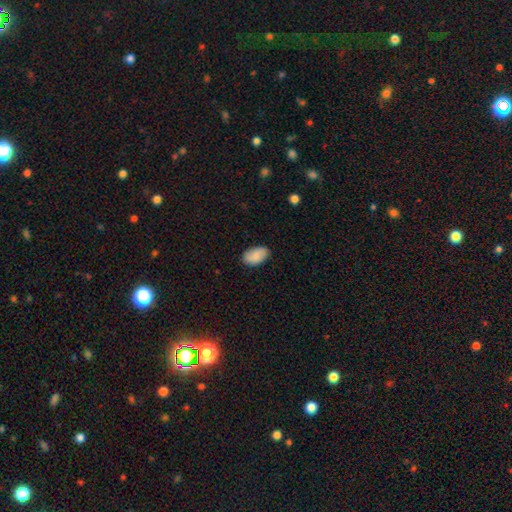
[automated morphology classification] smooth 86%, featured or disk 8%, star or artifact 6%. Down the decision tree: how rounded — in between (93%); merging — none (83%).